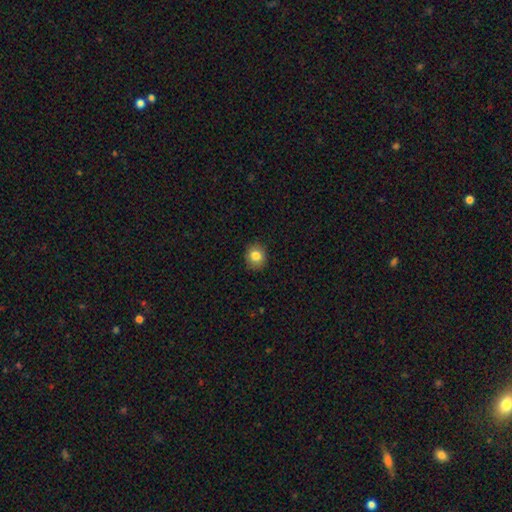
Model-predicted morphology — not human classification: Smooth or featured? Predicted: smooth (p=0.83). How rounded? Predicted: round (p=0.80). Merging? Predicted: none (p=0.88).